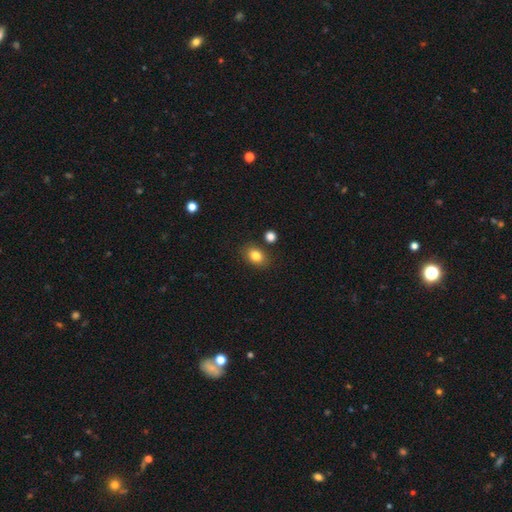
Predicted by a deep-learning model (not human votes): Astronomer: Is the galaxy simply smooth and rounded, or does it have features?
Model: smooth — 83%.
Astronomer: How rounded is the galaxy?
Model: in between — 65%.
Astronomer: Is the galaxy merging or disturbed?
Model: none — 82%.